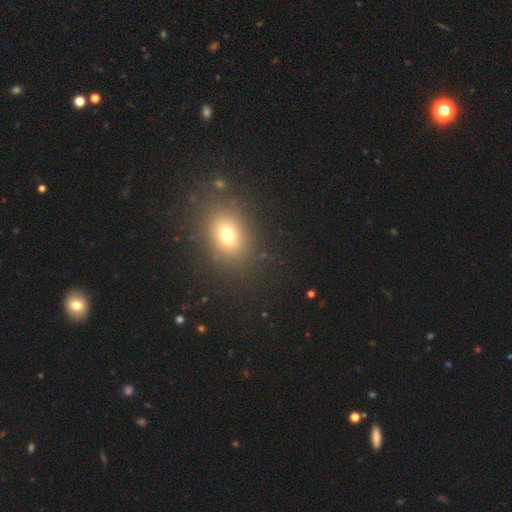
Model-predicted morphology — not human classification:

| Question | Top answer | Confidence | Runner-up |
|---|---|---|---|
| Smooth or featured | smooth | 63% | star or artifact (28%) |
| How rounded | in between | 50% | round (48%) |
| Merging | none | 89% | minor disturbance (7%) |